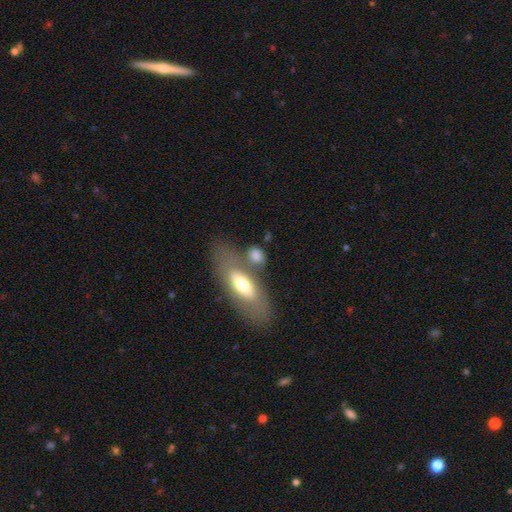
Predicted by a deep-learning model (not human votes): Q: Smooth or featured?
A: smooth (67%); runner-up: featured or disk (27%)
Q: How rounded?
A: in between (68%); runner-up: round (17%)
Q: Merging?
A: none (50%); runner-up: merger (27%)